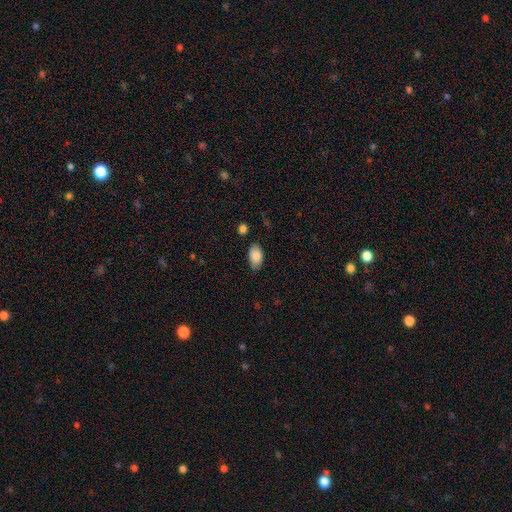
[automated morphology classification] The model was most divided on "merging": none: 77%, minor disturbance: 17%, major disturbance: 3%, merger: 2%. More confident: how rounded — in between (93%); smooth or featured — smooth (86%).